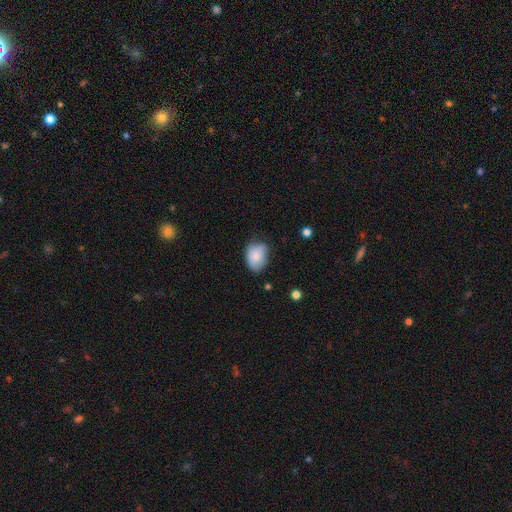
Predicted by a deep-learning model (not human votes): Smooth or featured? Predicted: smooth (p=0.83). How rounded? Predicted: in between (p=0.76). Merging? Predicted: none (p=0.58).